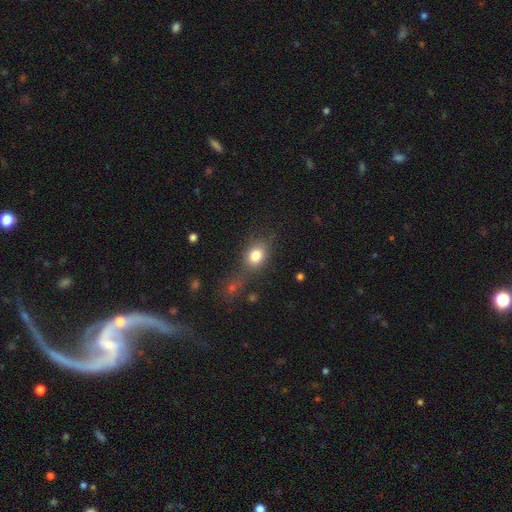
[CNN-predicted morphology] This appears to be a smooth galaxy with no disk features (78%) that is in between round and cigar-shaped (53%). Merging: none (53%).